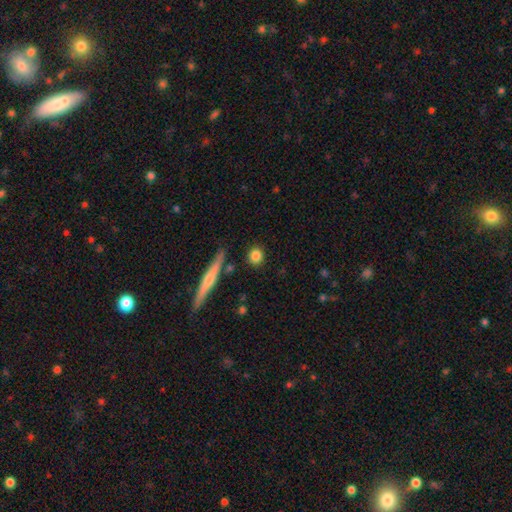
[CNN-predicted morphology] Smooth or featured? smooth (83%)
How rounded? round (84%)
Merging? none (86%)